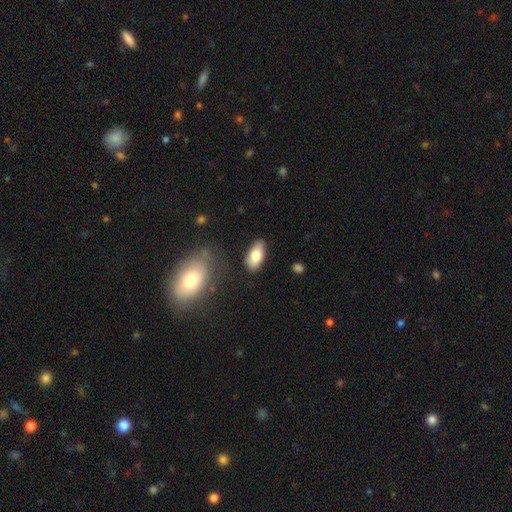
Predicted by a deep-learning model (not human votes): Smooth or featured? Predicted: smooth (p=0.78). How rounded? Predicted: in between (p=0.90). Merging? Predicted: none (p=0.81).